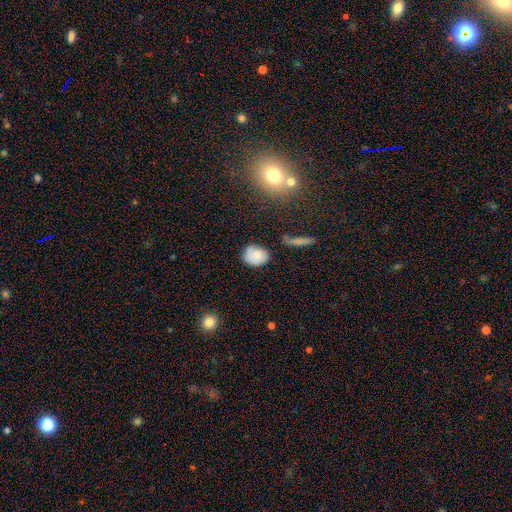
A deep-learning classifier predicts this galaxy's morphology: This is likely a smooth galaxy (73%). How rounded: possibly round (54%). Merging: possibly none (59%).